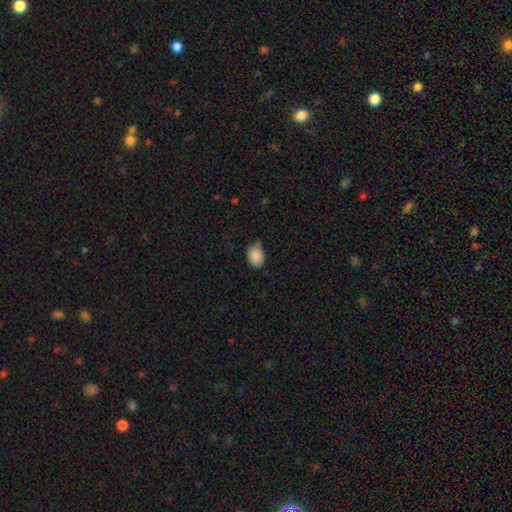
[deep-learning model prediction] A smooth galaxy with no disk features (88%) that is in between round and cigar-shaped (73%).

Vote fractions:
- Smooth or featured? smooth: 88% / star or artifact: 8% / featured or disk: 4%
- How rounded? in between: 73% / round: 26% / cigar-shaped: 1%
- Merging? none: 55% / minor disturbance: 36% / major disturbance: 6% / merger: 3%